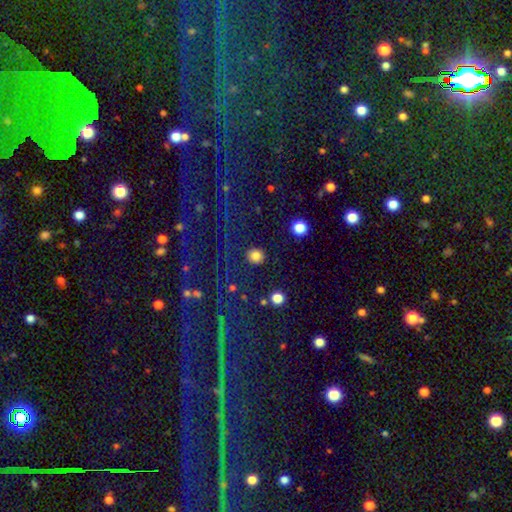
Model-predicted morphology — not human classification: Smooth or featured? smooth (80%)
How rounded? round (83%)
Merging? none (88%)